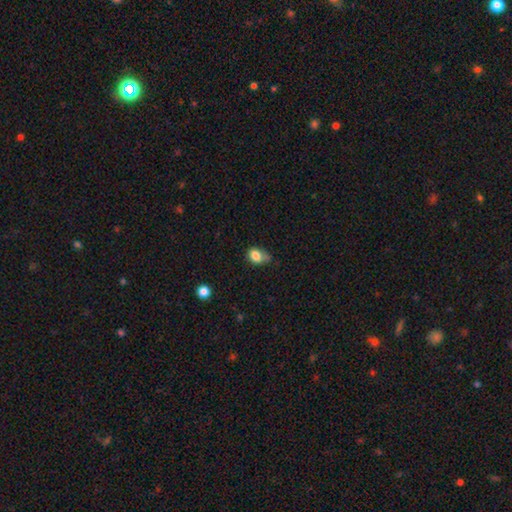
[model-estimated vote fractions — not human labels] smooth_or_featured: smooth (p=0.80) [alt: featured or disk p=0.11]
how_rounded: in between (p=0.71) [alt: round p=0.28]
merging: none (p=0.40) [alt: minor disturbance p=0.38]